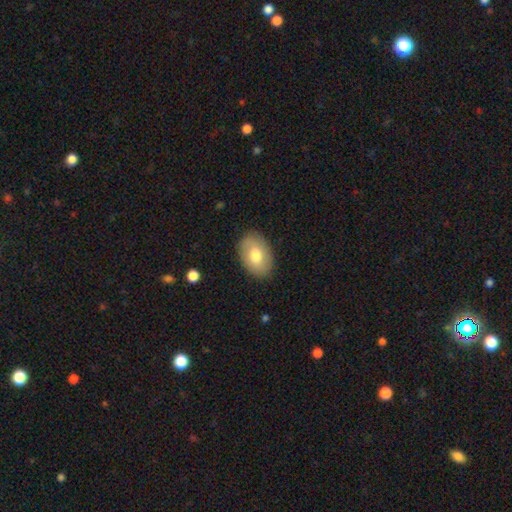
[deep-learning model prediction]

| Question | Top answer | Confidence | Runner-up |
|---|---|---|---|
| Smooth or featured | smooth | 71% | featured or disk (23%) |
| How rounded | in between | 85% | round (14%) |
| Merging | none | 85% | minor disturbance (11%) |